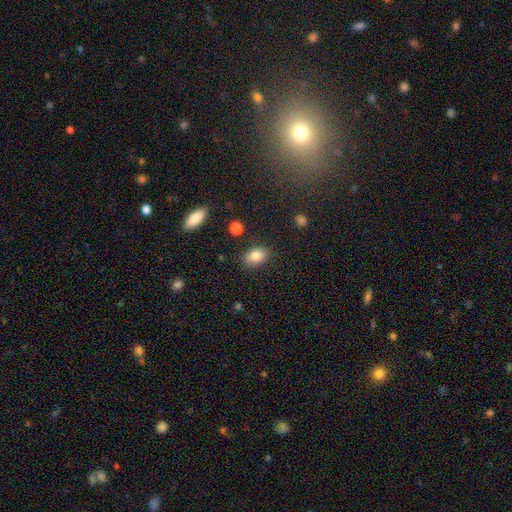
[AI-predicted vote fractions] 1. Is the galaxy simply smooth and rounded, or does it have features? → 83% smooth, 9% star or artifact, 8% featured or disk.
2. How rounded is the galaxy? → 85% in between, 13% round, 2% cigar-shaped.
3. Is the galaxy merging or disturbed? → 83% none, 12% minor disturbance, 3% major disturbance, 2% merger.